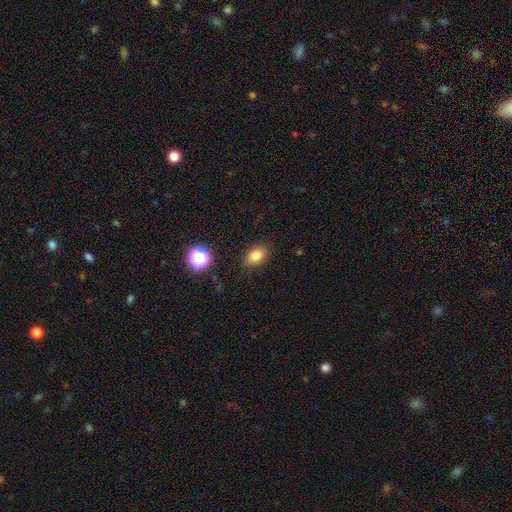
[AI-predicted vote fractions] smooth-or-featured: smooth: 80% | star or artifact: 12% | featured or disk: 8%
  how-rounded: in between: 82% | round: 16% | cigar-shaped: 2%
  merging: none: 86% | minor disturbance: 10% | major disturbance: 3% | merger: 1%